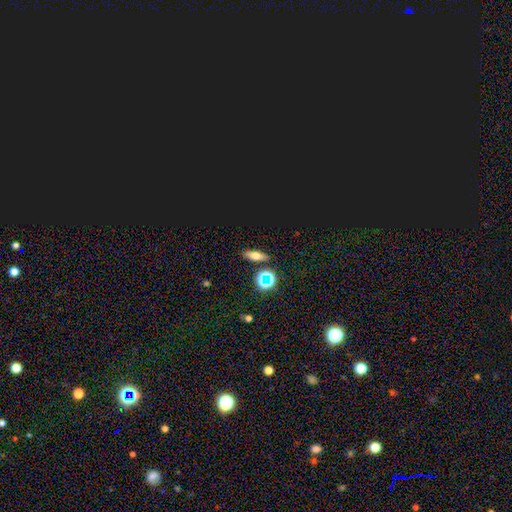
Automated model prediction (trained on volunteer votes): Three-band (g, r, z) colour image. It shows a smooth galaxy with no disk features (54%) that is in between round and cigar-shaped (51%). Merging: none (85%).